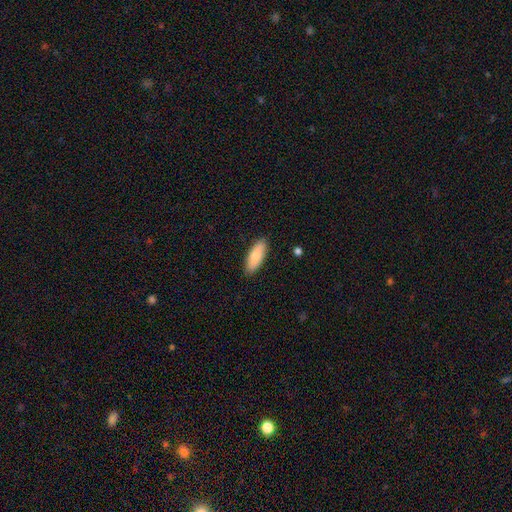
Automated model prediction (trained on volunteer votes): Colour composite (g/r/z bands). It shows a smooth galaxy with no disk features (83%) that is in between round and cigar-shaped (70%). Merging: none (89%).